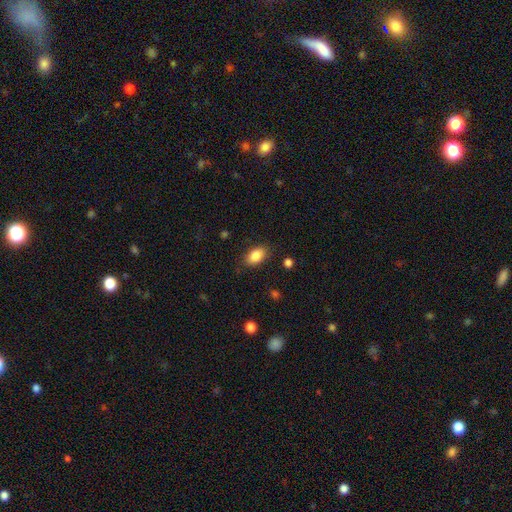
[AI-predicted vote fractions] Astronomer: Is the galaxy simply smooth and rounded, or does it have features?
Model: smooth — 86%.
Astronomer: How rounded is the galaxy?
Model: in between — 91%.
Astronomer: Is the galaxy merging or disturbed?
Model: none — 85%.